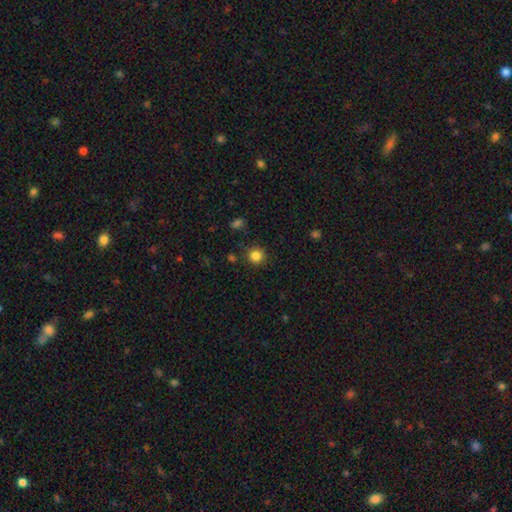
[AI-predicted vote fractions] Morphology: type=smooth (84%); roundness=round (94%); merging=none (89%).